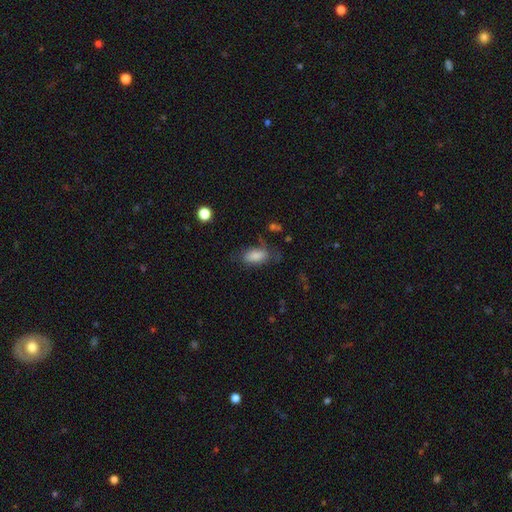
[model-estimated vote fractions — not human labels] A smooth galaxy with no disk features (80%) that is in between round and cigar-shaped (90%). Merging: none (50%).